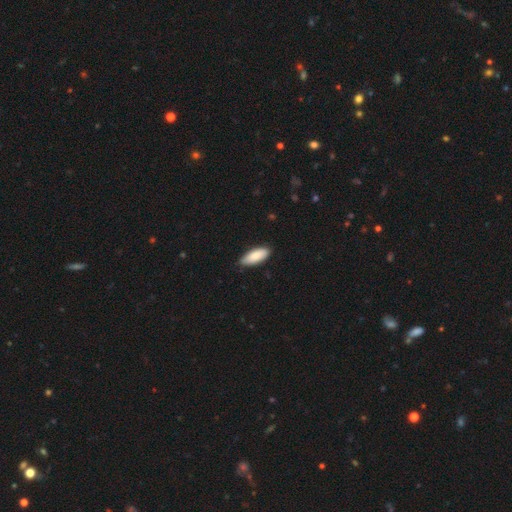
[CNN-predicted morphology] Smooth or featured? smooth (87%)
How rounded? in between (80%)
Merging? none (85%)